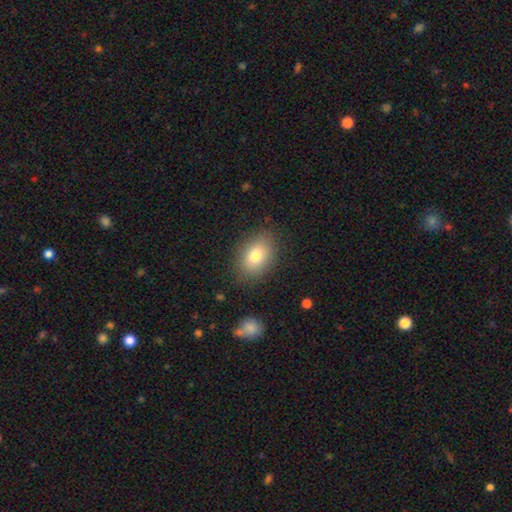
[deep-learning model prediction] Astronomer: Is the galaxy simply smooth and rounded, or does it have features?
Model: smooth — 77%.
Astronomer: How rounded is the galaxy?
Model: in between — 80%.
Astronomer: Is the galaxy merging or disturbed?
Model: none — 85%.